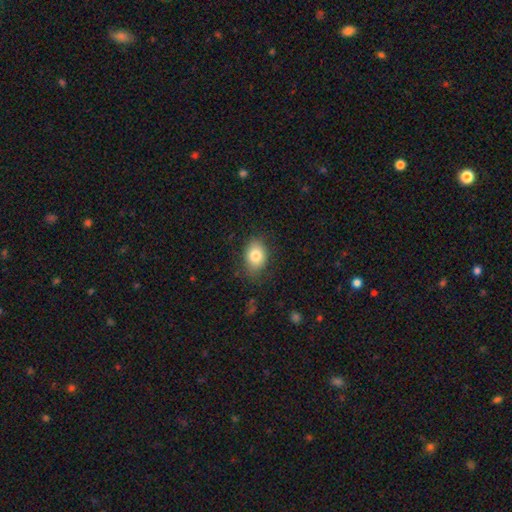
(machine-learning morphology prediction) Smooth or featured? smooth (81%)
How rounded? in between (73%)
Merging? none (77%)